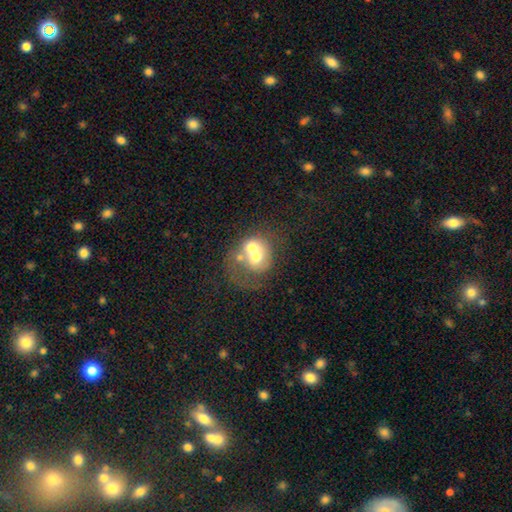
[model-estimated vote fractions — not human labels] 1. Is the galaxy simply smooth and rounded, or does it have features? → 48% smooth, 43% featured or disk, 10% star or artifact.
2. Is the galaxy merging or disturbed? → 65% merger, 17% none, 11% major disturbance, 7% minor disturbance.